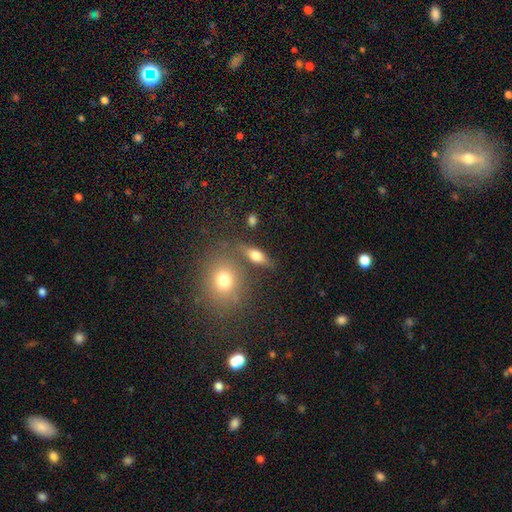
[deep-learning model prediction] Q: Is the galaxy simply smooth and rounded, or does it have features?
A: smooth — 67%.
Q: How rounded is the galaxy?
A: in between — 65%.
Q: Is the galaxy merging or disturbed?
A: none — 68%.